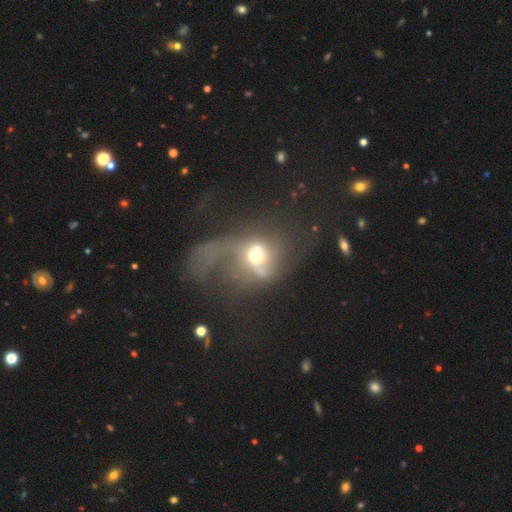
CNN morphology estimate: Smooth or featured? featured or disk (57%)
Edge-on disk? no (95%)
Bar? no (65%)
Spiral arms? yes (60%)
Bulge size? moderate (64%)
Merging? major disturbance (62%)